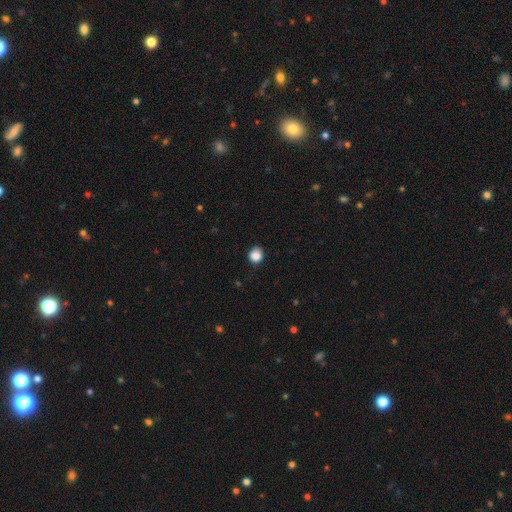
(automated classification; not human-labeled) Q: Smooth or featured?
A: smooth (87%); runner-up: star or artifact (10%)
Q: How rounded?
A: round (87%); runner-up: in between (12%)
Q: Merging?
A: none (87%); runner-up: minor disturbance (10%)